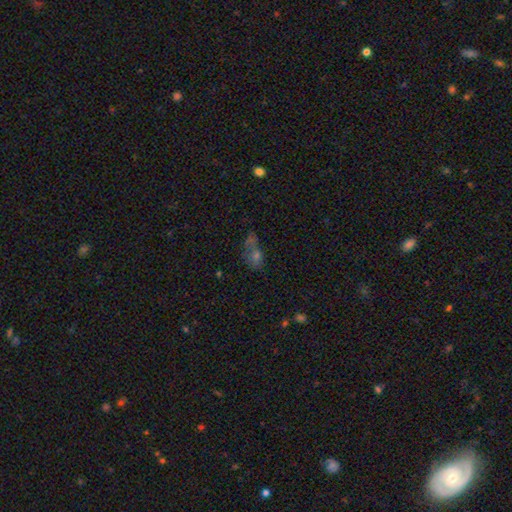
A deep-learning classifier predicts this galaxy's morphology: Smooth or featured? smooth (48%)
Merging? none (37%)